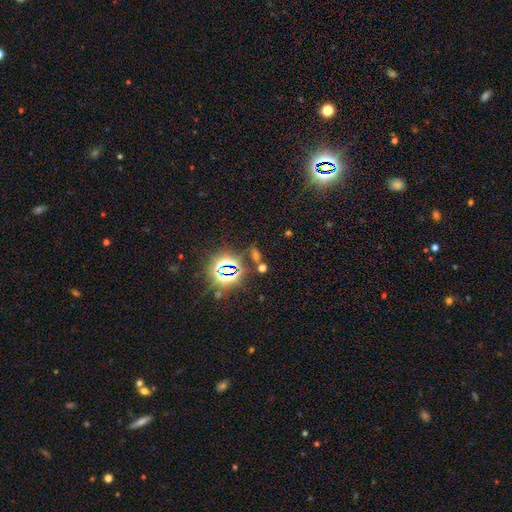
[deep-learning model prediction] Smooth or featured: star or artifact — 63% (smooth — 27%)